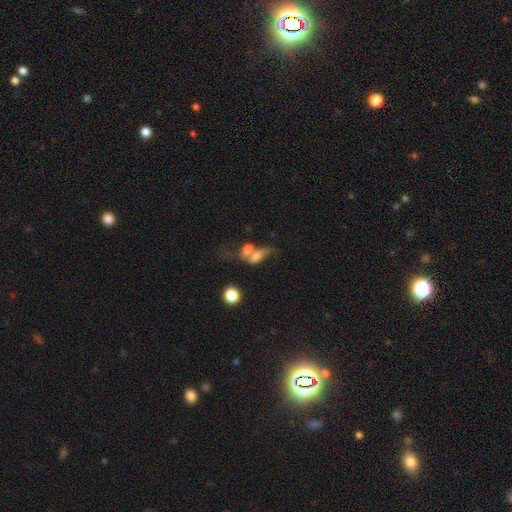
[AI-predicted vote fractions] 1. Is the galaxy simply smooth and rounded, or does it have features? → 53% smooth, 34% featured or disk, 13% star or artifact.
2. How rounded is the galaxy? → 69% in between, 18% round, 13% cigar-shaped.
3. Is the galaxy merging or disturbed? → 59% merger, 17% none, 15% major disturbance, 9% minor disturbance.